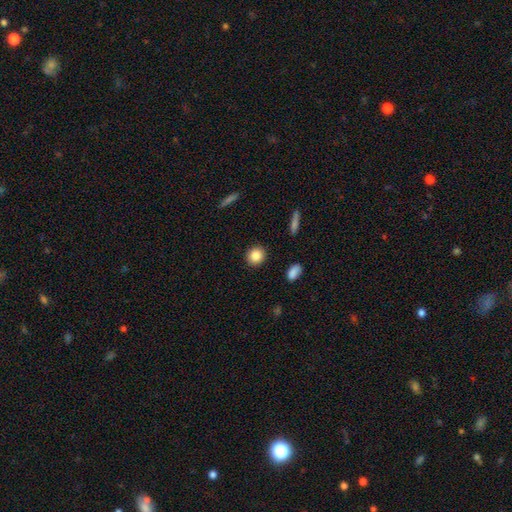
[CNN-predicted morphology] Q: Smooth or featured?
A: smooth (86%); runner-up: star or artifact (9%)
Q: How rounded?
A: round (82%); runner-up: in between (16%)
Q: Merging?
A: none (91%); runner-up: minor disturbance (6%)